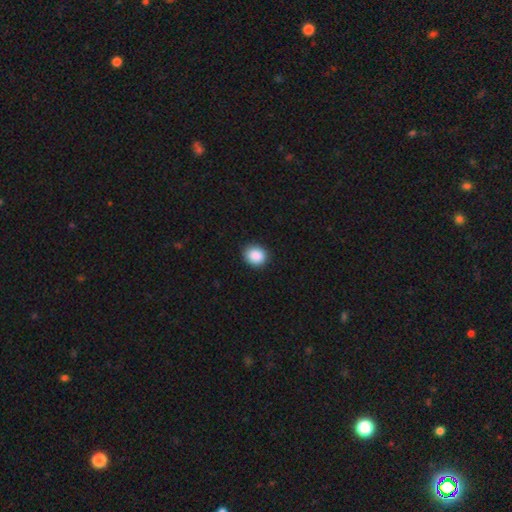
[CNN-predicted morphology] Smooth or featured: smooth — 89% (star or artifact — 8%)
How rounded: round — 71% (in between — 29%)
Merging: none — 90% (minor disturbance — 8%)